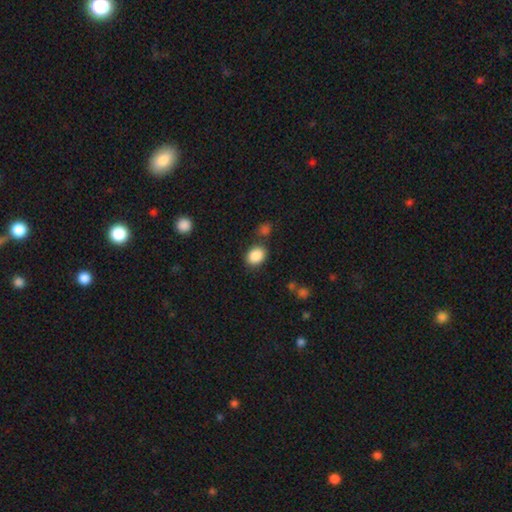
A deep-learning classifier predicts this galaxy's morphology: Q: Smooth or featured?
A: smooth (88%); runner-up: star or artifact (8%)
Q: How rounded?
A: in between (64%); runner-up: round (35%)
Q: Merging?
A: none (78%); runner-up: minor disturbance (12%)